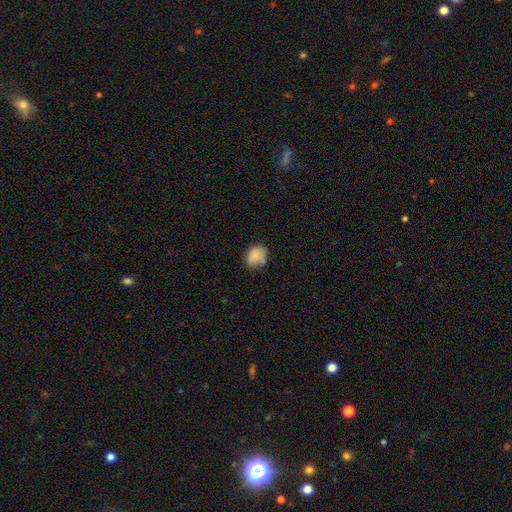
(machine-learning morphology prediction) Smooth or featured: smooth — 83% (star or artifact — 9%)
How rounded: in between — 56% (round — 43%)
Merging: none — 66% (minor disturbance — 23%)